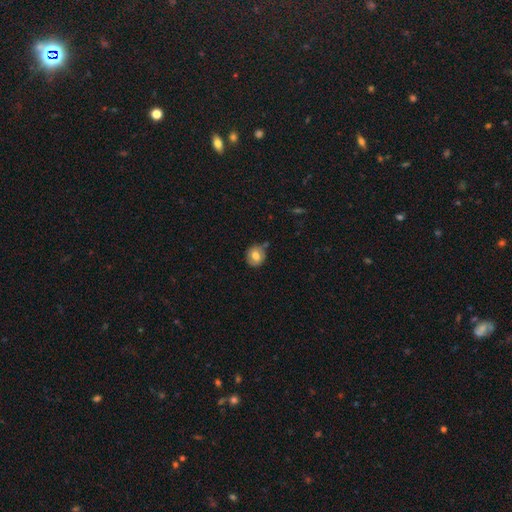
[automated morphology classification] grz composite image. It shows a smooth galaxy with no disk features (72%) that is round (75%). Merging: none (68%).